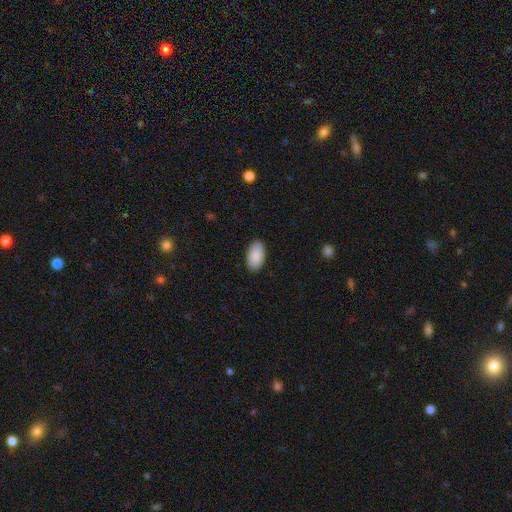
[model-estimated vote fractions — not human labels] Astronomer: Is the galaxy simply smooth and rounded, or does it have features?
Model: smooth — 89%.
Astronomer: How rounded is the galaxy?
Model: in between — 96%.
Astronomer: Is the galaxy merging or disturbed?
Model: none — 88%.